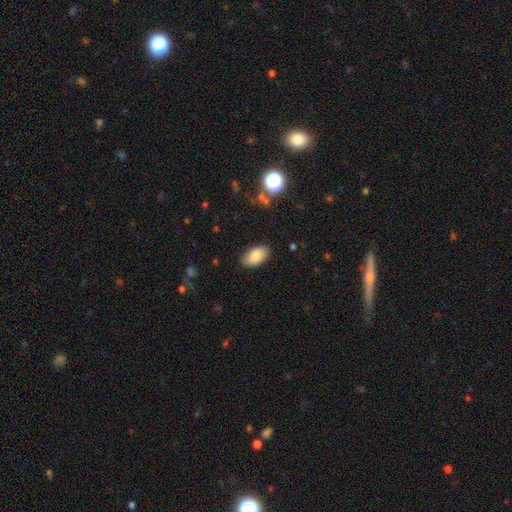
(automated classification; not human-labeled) A smooth galaxy with no disk features (85%) that is in between round and cigar-shaped (94%). Merging: none (84%).